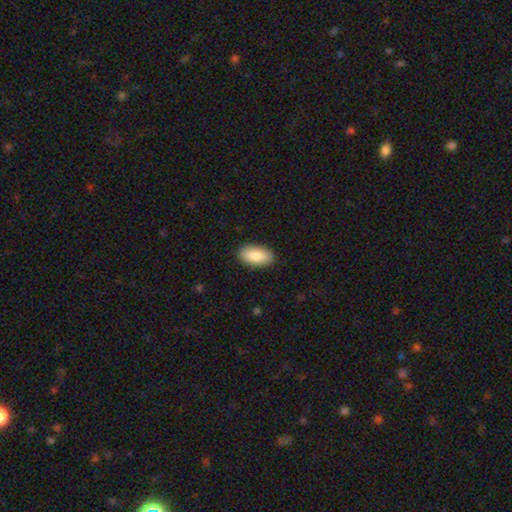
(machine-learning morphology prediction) Smooth or featured?
  - smooth: 86% *
  - featured or disk: 9%
  - star or artifact: 6%
How rounded?
  - in between: 93% *
  - cigar-shaped: 4%
  - round: 3%
Merging?
  - none: 89% *
  - minor disturbance: 8%
  - major disturbance: 2%
  - merger: 1%